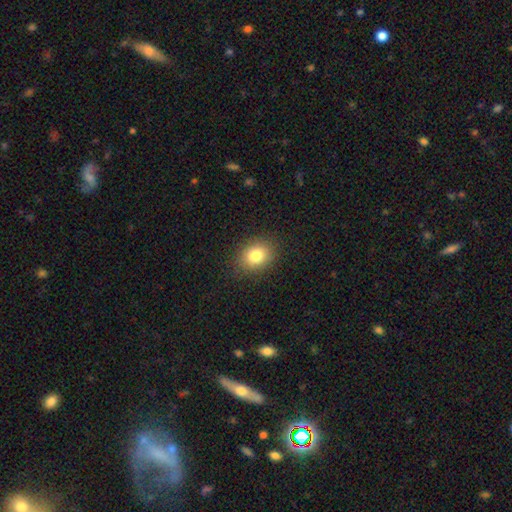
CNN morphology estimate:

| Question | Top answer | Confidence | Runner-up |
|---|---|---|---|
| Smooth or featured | smooth | 81% | star or artifact (10%) |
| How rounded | in between | 53% | round (47%) |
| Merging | none | 88% | minor disturbance (8%) |